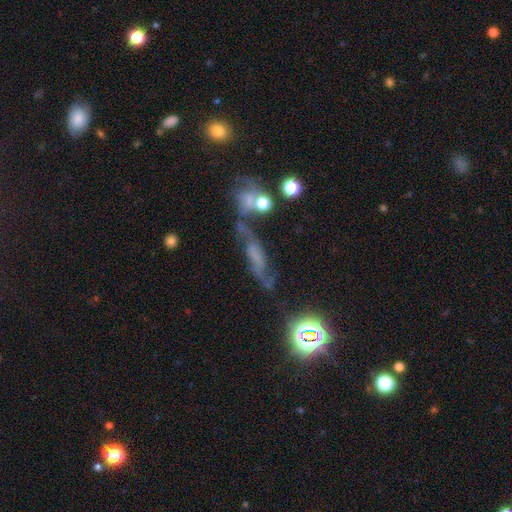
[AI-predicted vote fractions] A featured or disk galaxy (50%). Merging: none (42%).